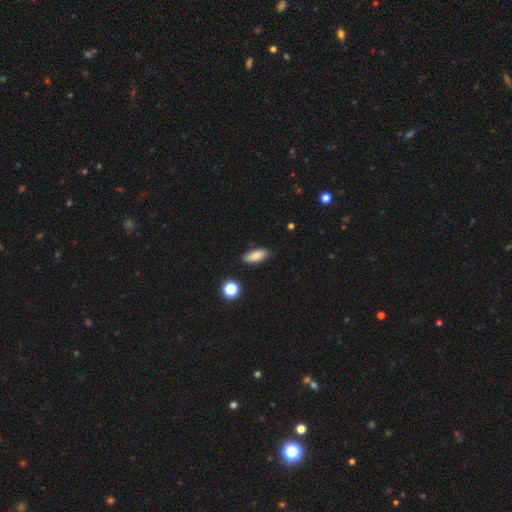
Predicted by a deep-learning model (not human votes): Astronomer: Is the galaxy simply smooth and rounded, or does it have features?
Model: smooth — 82%.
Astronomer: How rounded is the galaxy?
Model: in between — 75%.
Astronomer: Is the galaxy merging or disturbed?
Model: none — 81%.